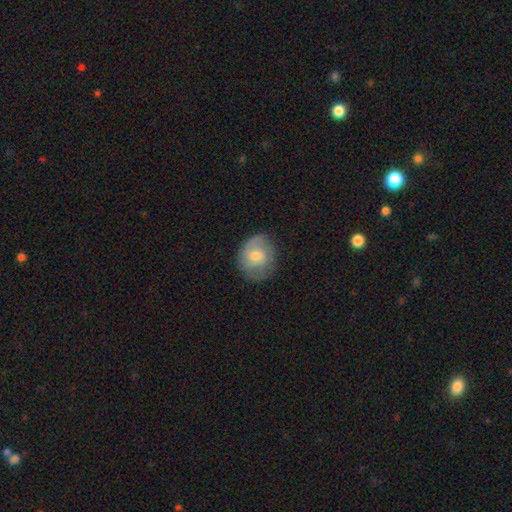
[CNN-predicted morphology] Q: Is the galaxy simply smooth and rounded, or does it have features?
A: smooth — 51%.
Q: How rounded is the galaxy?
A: round — 65%.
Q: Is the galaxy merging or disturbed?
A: none — 71%.